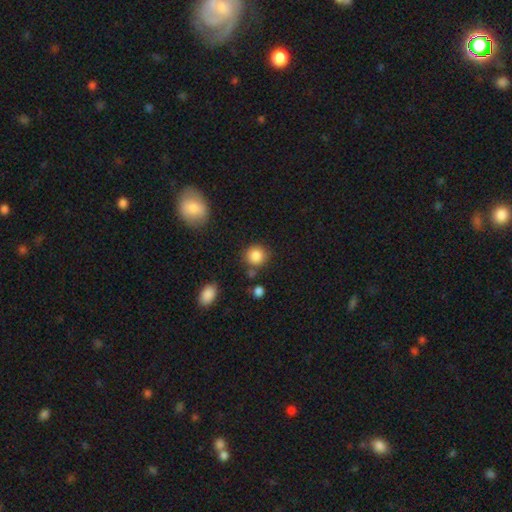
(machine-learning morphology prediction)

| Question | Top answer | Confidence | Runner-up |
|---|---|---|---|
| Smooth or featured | smooth | 87% | star or artifact (9%) |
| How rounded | round | 89% | in between (10%) |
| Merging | none | 81% | minor disturbance (10%) |